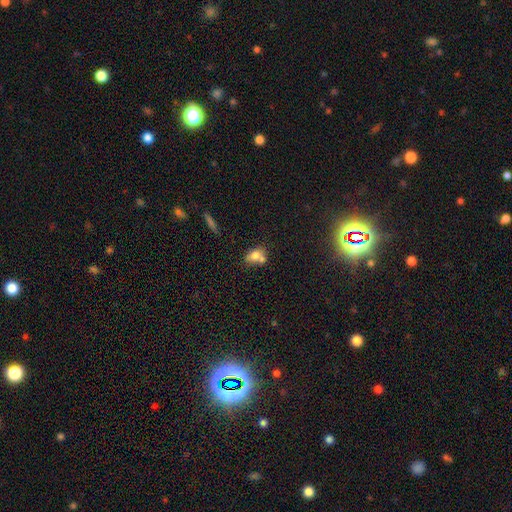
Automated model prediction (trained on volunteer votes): Smooth or featured: smooth — 71% (featured or disk — 18%)
How rounded: in between — 66% (round — 31%)
Merging: merger — 45% (none — 37%)